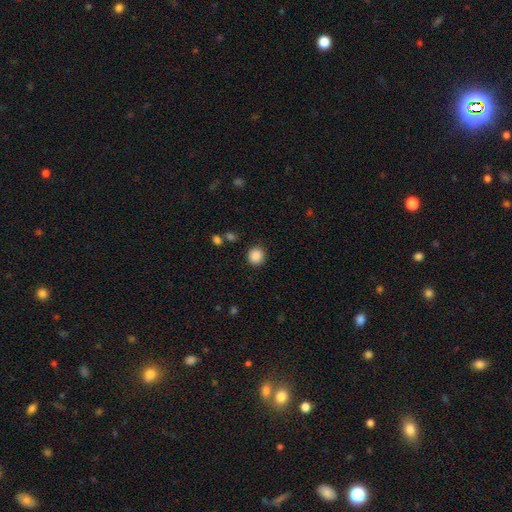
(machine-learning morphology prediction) type=smooth (88%); roundness=round (89%); merging=none (88%).